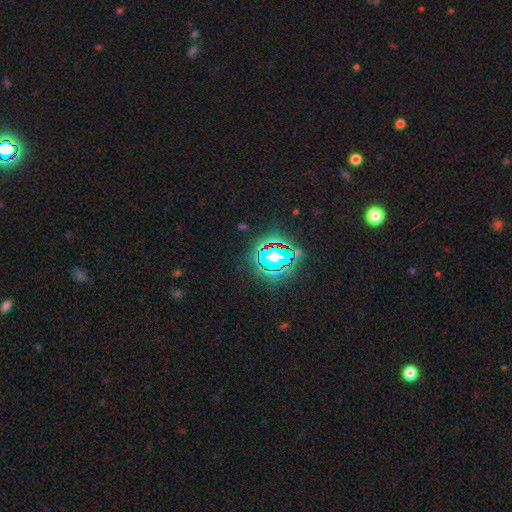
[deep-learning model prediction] Smooth or featured? star or artifact (82%)